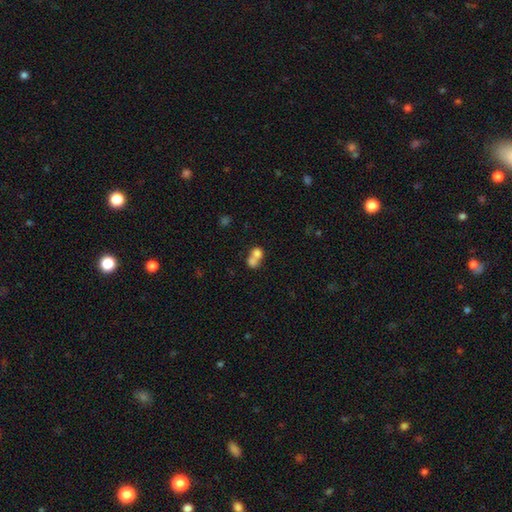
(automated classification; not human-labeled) Smooth or featured? smooth (73%)
How rounded? round (65%)
Merging? merger (70%)